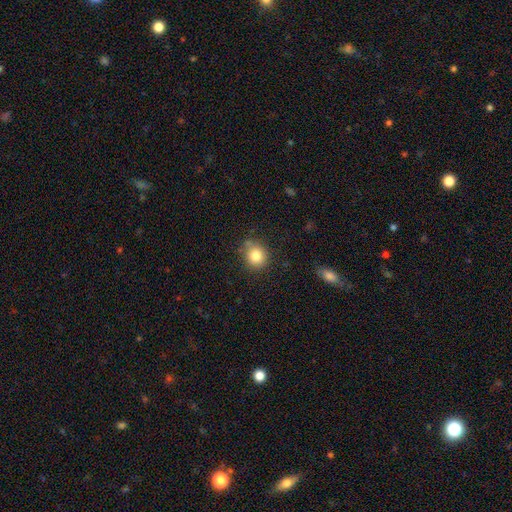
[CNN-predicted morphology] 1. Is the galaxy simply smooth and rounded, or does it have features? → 82% smooth, 10% star or artifact, 8% featured or disk.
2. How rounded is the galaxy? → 83% round, 17% in between, 1% cigar-shaped.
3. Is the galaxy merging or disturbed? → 78% none, 14% minor disturbance, 4% merger, 3% major disturbance.